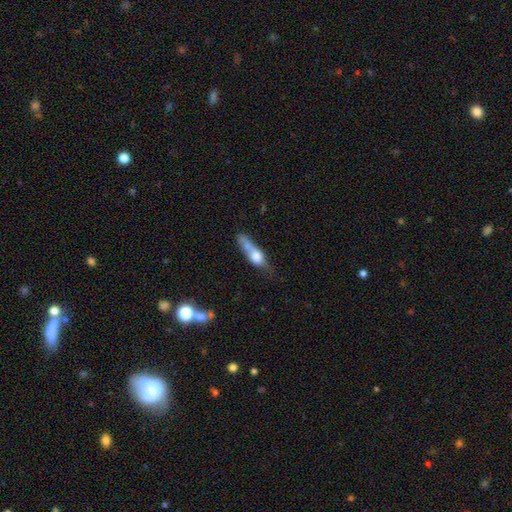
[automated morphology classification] smooth 61%, featured or disk 30%, star or artifact 9%. Down the decision tree: how rounded — cigar-shaped (49%); merging — merger (33%).